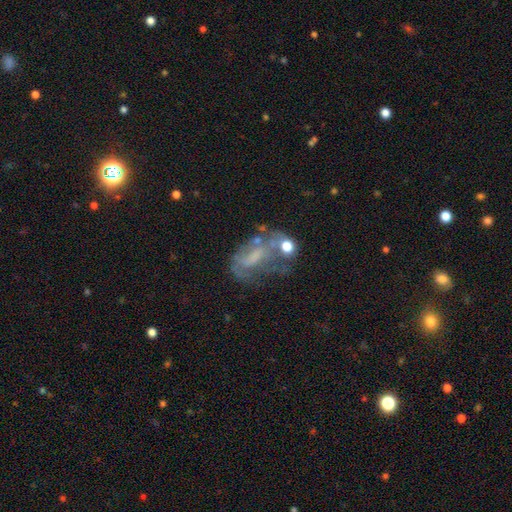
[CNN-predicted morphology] smooth-or-featured: featured or disk: 56% | smooth: 24% | star or artifact: 20%
  disk-edge-on: no: 94% | yes: 6%
    bar: no: 53% | weak: 32% | strong: 15%
    has-spiral-arms: no: 56% | yes: 44%
    bulge-size: none: 42% | small: 32% | moderate: 22% | large: 3% | dominant: 1%
  merging: none: 32% (tied) | major disturbance: 32% (tied) | minor disturbance: 20% | merger: 16%